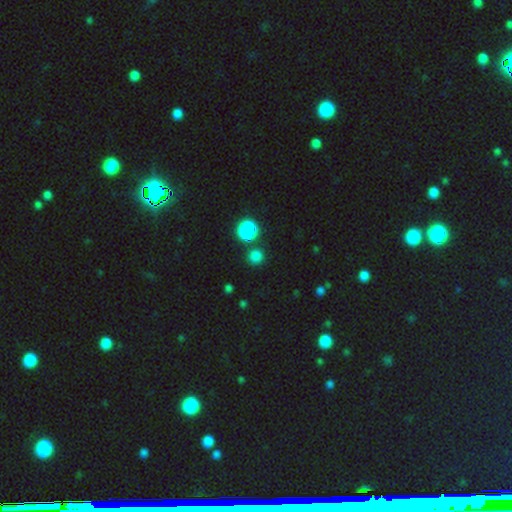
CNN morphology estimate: Smooth or featured? smooth (76%)
How rounded? round (92%)
Merging? none (85%)